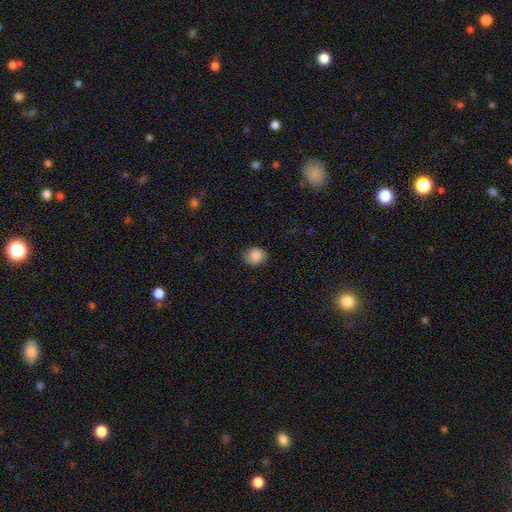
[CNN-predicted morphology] smooth_or_featured: smooth (p=0.88) [alt: star or artifact p=0.08]
how_rounded: round (p=0.67) [alt: in between p=0.32]
merging: none (p=0.82) [alt: minor disturbance p=0.14]